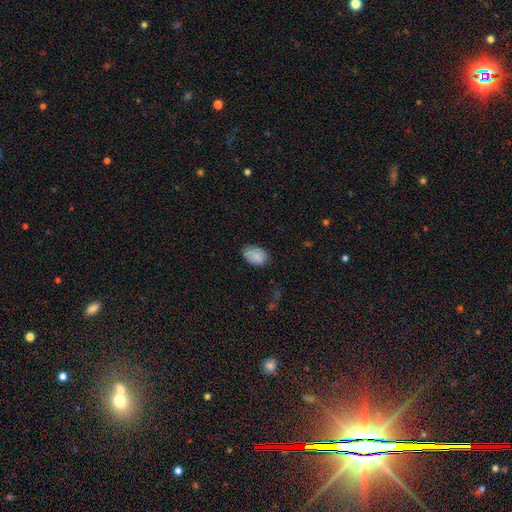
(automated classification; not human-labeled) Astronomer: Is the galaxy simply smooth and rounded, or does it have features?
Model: smooth — 86%.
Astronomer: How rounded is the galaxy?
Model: in between — 88%.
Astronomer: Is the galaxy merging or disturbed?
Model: none — 74%.